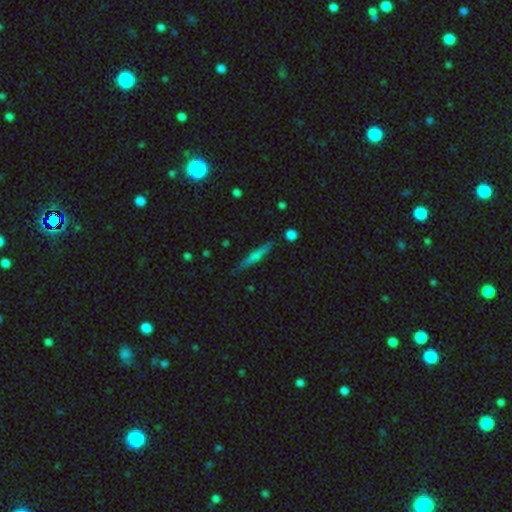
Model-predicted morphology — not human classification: smooth 55%, featured or disk 38%, star or artifact 7%. Down the decision tree: how rounded — cigar-shaped (91%); merging — none (80%).